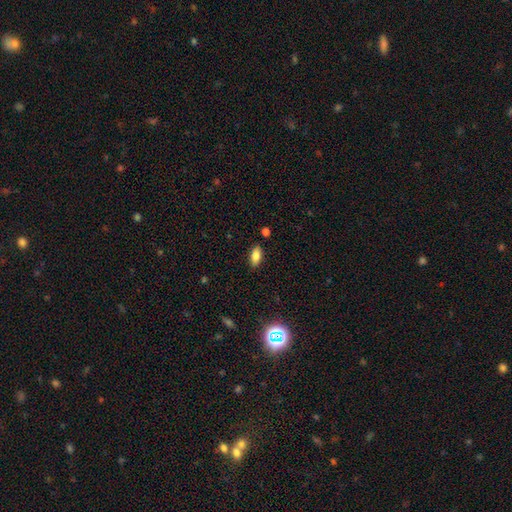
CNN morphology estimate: Overall: smooth (82%). How rounded: in between (88%). Merging: none (87%).